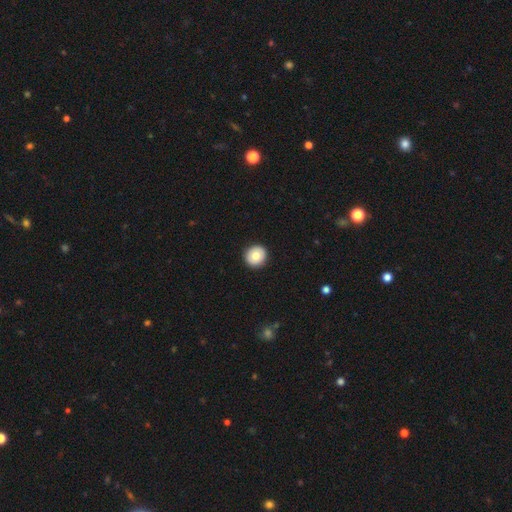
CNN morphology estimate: Q: Smooth or featured?
A: smooth (76%); runner-up: featured or disk (17%)
Q: How rounded?
A: round (93%); runner-up: in between (6%)
Q: Merging?
A: none (93%); runner-up: minor disturbance (5%)